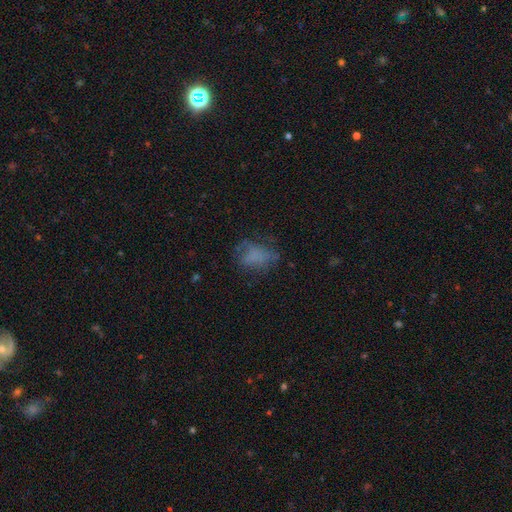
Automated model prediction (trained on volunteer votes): smooth 58%, featured or disk 26%, star or artifact 16%. Down the decision tree: how rounded — in between (74%); merging — none (49%).